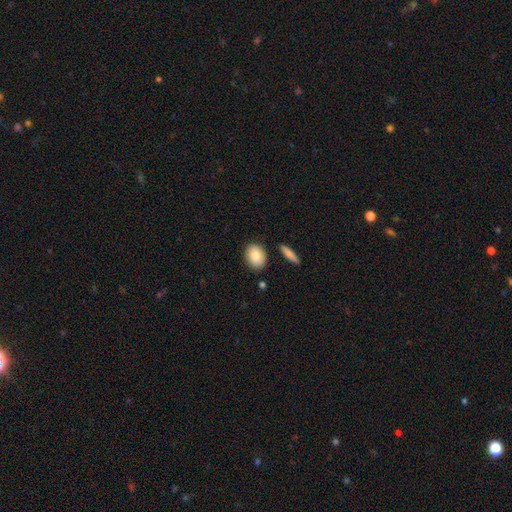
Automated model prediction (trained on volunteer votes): A smooth galaxy with no disk features (87%) that is in between round and cigar-shaped (73%). Merging: none (84%).